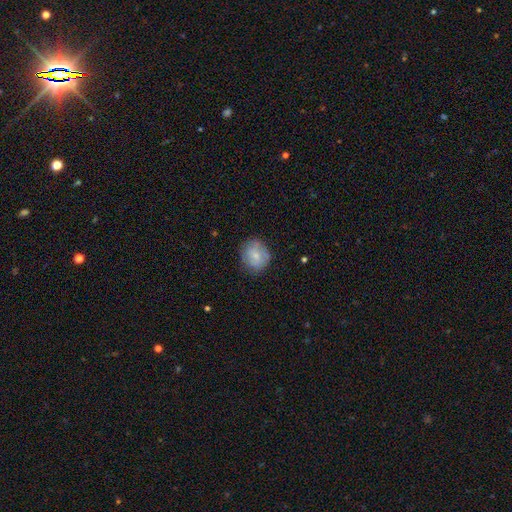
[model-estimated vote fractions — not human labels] This appears to be a smooth galaxy with no disk features (71%) that is round (78%). Merging: none (75%).